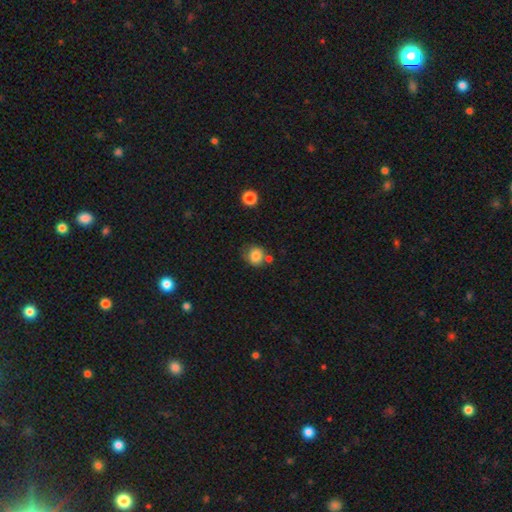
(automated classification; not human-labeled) This appears to be a smooth galaxy with no disk features (84%) that is round (84%). Merging: none (65%).